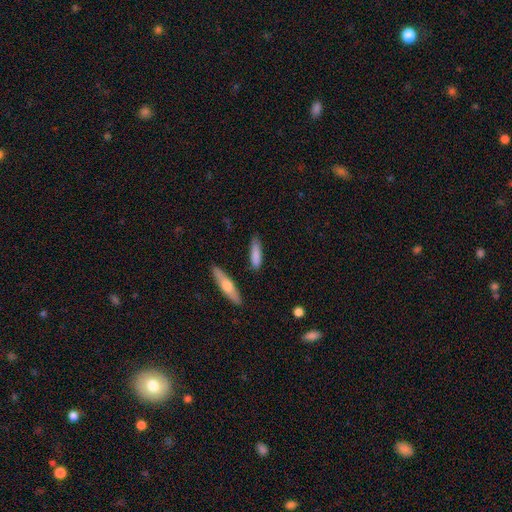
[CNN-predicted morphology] Smooth or featured?
  - smooth: 79% *
  - featured or disk: 15%
  - star or artifact: 6%
How rounded?
  - cigar-shaped: 66% *
  - in between: 32%
  - round: 2%
Merging?
  - none: 77% *
  - minor disturbance: 16%
  - merger: 4%
  - major disturbance: 3%